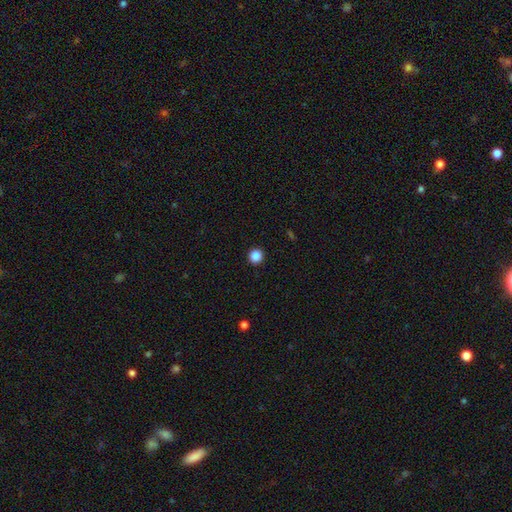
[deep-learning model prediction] The model was most divided on "smooth or featured": smooth: 86%, star or artifact: 11%, featured or disk: 3%. More confident: how rounded — round (94%); merging — none (93%).